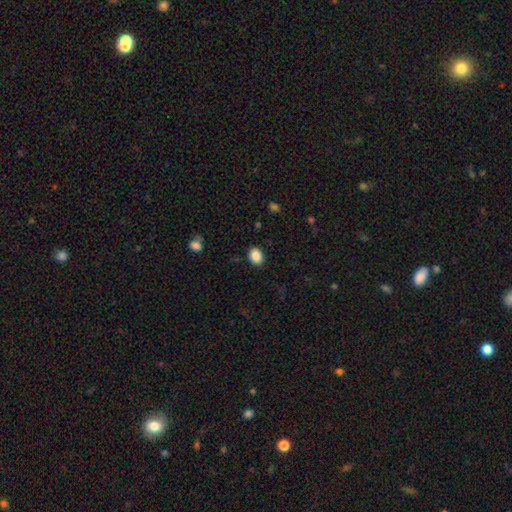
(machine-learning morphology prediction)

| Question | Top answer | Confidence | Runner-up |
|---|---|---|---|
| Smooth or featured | smooth | 88% | star or artifact (9%) |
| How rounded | in between | 64% | round (35%) |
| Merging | none | 88% | minor disturbance (9%) |